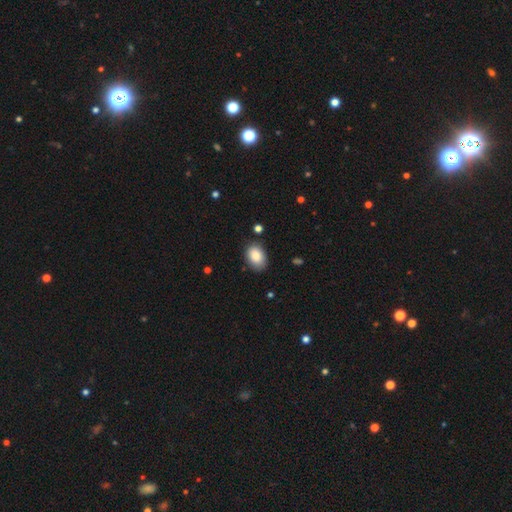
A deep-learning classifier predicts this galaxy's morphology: type=smooth (85%); roundness=in between (81%); merging=none (80%).